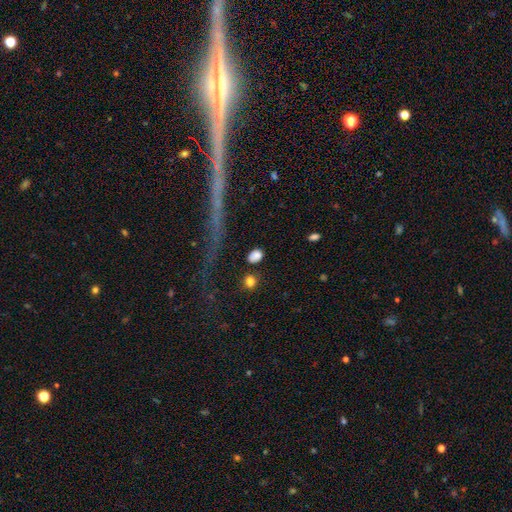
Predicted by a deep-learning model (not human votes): smooth_or_featured: smooth (p=0.85) [alt: star or artifact p=0.09]
how_rounded: in between (p=0.58) [alt: round p=0.39]
merging: none (p=0.83) [alt: minor disturbance p=0.08]